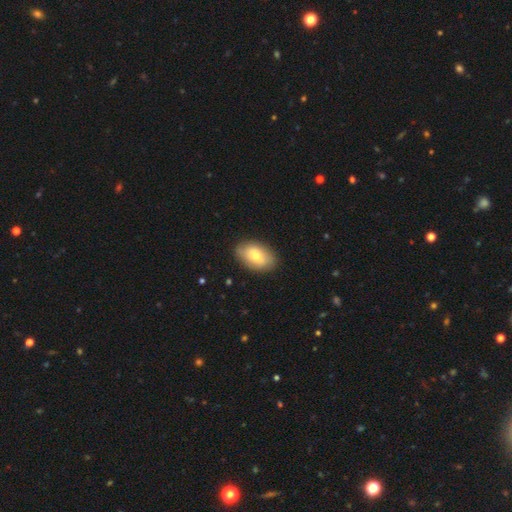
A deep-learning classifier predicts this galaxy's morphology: This appears to be a smooth galaxy with no disk features (70%) that is in between round and cigar-shaped (89%). Merging: none (85%).